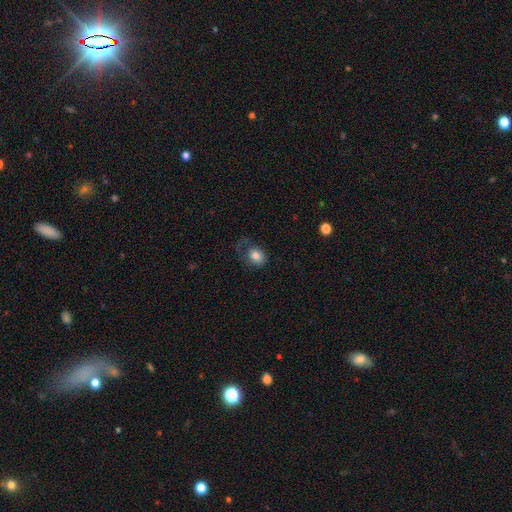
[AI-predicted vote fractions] Q: Smooth or featured?
A: smooth (78%); runner-up: featured or disk (13%)
Q: How rounded?
A: in between (55%); runner-up: round (44%)
Q: Merging?
A: none (42%); runner-up: major disturbance (33%)